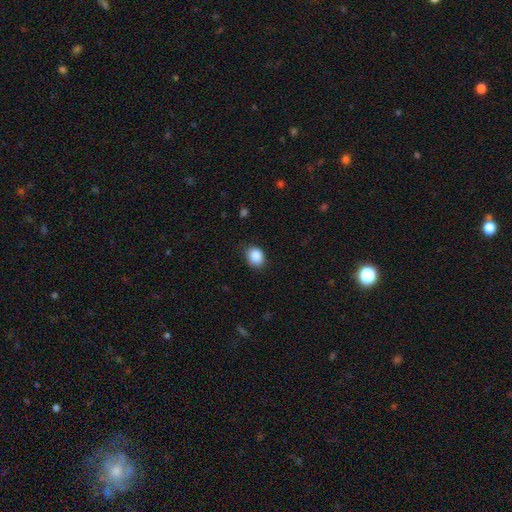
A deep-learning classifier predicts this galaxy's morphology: This is clearly a smooth galaxy (88%). How rounded: possibly round (53%). Merging: clearly none (82%).